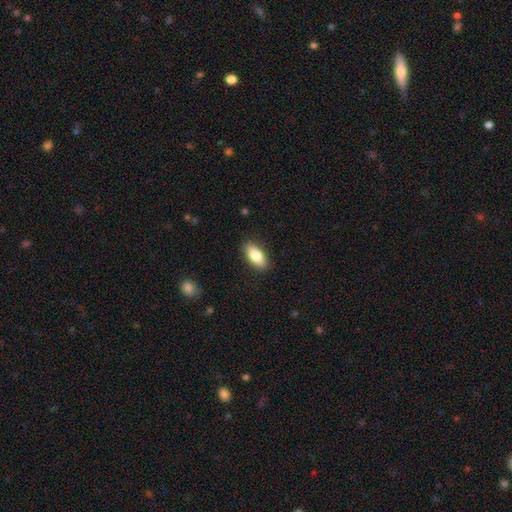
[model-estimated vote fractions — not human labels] Smooth or featured: smooth — 80% (featured or disk — 13%)
How rounded: in between — 85% (cigar-shaped — 12%)
Merging: none — 88% (minor disturbance — 9%)